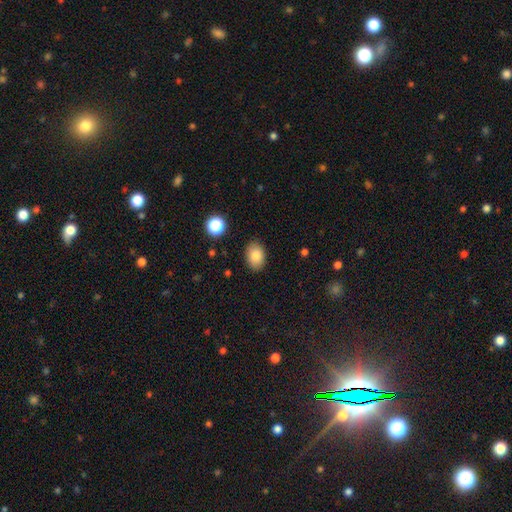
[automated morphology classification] Q: Smooth or featured?
A: smooth (85%); runner-up: star or artifact (9%)
Q: How rounded?
A: in between (76%); runner-up: round (23%)
Q: Merging?
A: none (86%); runner-up: minor disturbance (10%)